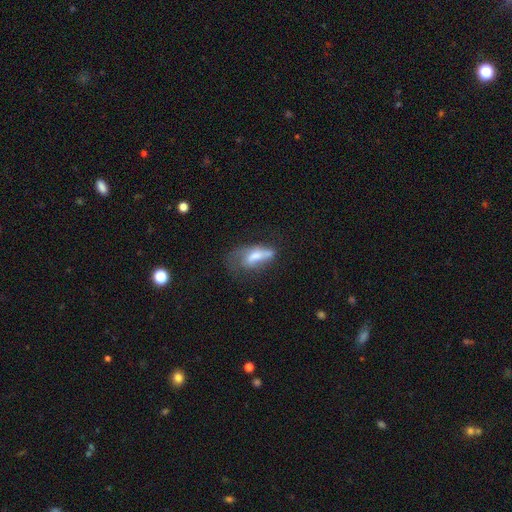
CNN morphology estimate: Q: Smooth or featured?
A: smooth (48%); runner-up: featured or disk (43%)
Q: Merging?
A: major disturbance (39%); runner-up: none (26%)